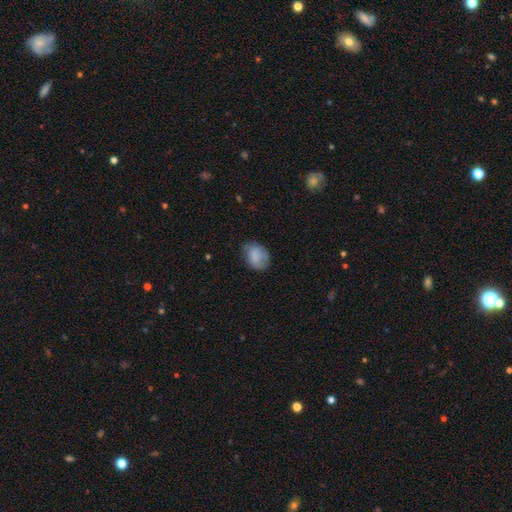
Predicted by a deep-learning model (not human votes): This appears to be a smooth galaxy with no disk features (83%) that is in between round and cigar-shaped (70%). Merging: none (67%).